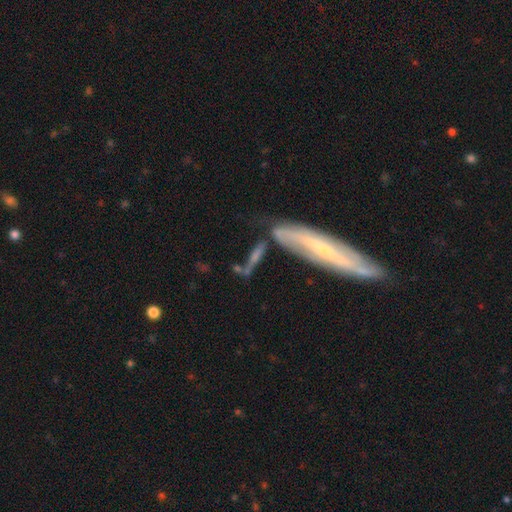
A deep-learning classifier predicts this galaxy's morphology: smooth-or-featured: featured or disk: 49% | smooth: 40% | star or artifact: 10%
  merging: none: 46% | merger: 22% | minor disturbance: 19% | major disturbance: 14%